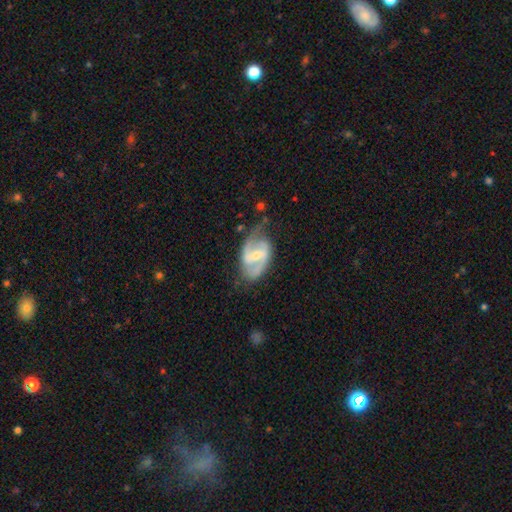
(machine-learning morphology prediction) Overall: featured or disk (83%). Edge-on disk: no (97%). Bar: weak (45%; strong 40%). Spiral arms: yes (93%). Spiral arm count: 2 (87%). Spiral winding: medium (52%; loose 27%). Bulge size: small (52%; moderate 43%). Merging: none (65%).